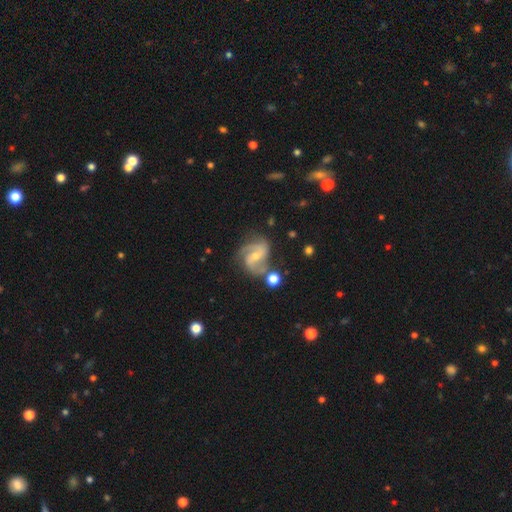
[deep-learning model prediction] A featured or disk galaxy (85%) with a weak bar (50%), 2 (67%) medium (55%) spiral arms (97%) and a small central bulge (50%).

Vote fractions:
- Smooth or featured? featured or disk: 85% / smooth: 9% / star or artifact: 6%
- Edge-on disk? no: 98% / yes: 2%
- Bar? weak: 50% / no: 29% / strong: 21%
- Spiral arms? yes: 97% / no: 3%
- Spiral winding? medium: 55% / loose: 23% / tight: 22%
- Spiral arm count? 2: 67% / 3: 18% / can't tell: 7% / 1: 3% / 4: 2% / more than 4: 2%
- Bulge size? small: 50% / moderate: 44% / none: 3% / large: 2% / dominant: 1%
- Merging? none: 58% / minor disturbance: 21% / major disturbance: 11% / merger: 10%